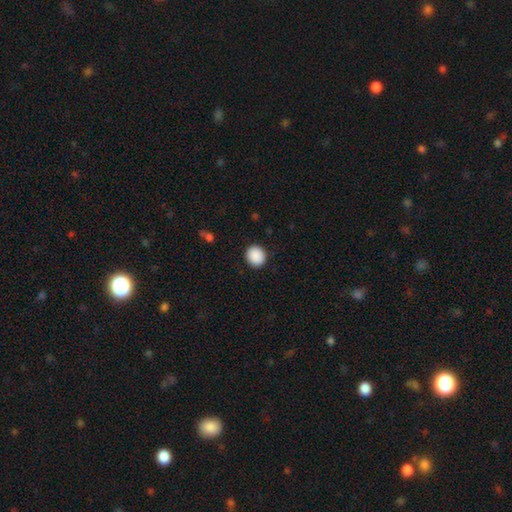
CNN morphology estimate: smooth_or_featured: smooth (p=0.90) [alt: star or artifact p=0.08]
how_rounded: round (p=0.82) [alt: in between p=0.17]
merging: none (p=0.91) [alt: minor disturbance p=0.06]